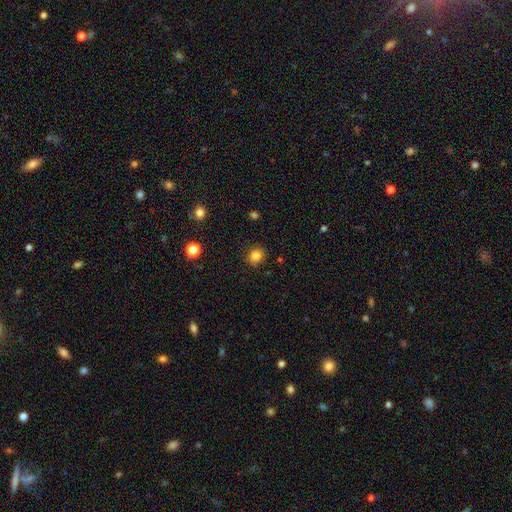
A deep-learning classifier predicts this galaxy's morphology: smooth_or_featured: smooth (p=0.82) [alt: star or artifact p=0.12]
how_rounded: round (p=0.83) [alt: in between p=0.16]
merging: none (p=0.87) [alt: minor disturbance p=0.10]